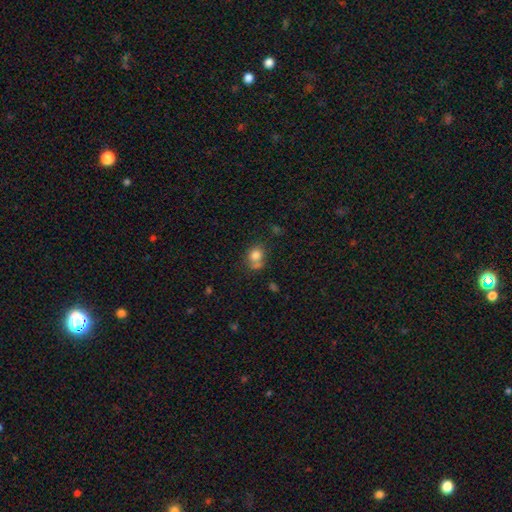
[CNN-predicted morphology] A smooth galaxy with no disk features (80%) that is round (65%). Merging: none (51%).